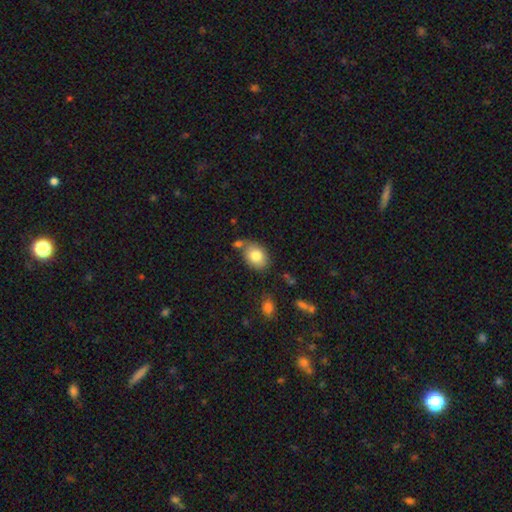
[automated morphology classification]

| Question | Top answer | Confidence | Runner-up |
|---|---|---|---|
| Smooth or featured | smooth | 80% | featured or disk (12%) |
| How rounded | in between | 73% | round (26%) |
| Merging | none | 69% | minor disturbance (16%) |